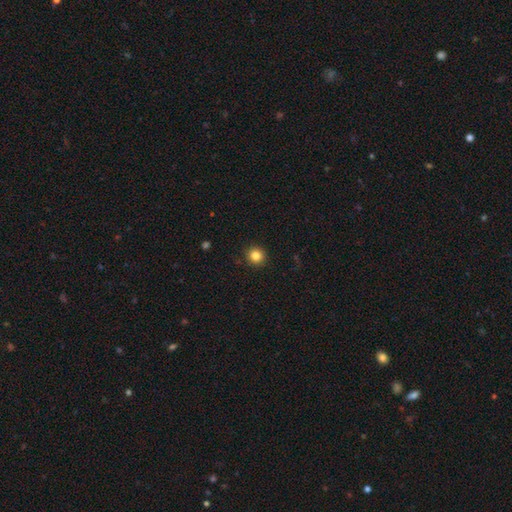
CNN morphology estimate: A smooth galaxy with no disk features (84%) that is round (94%). Merging: none (92%).